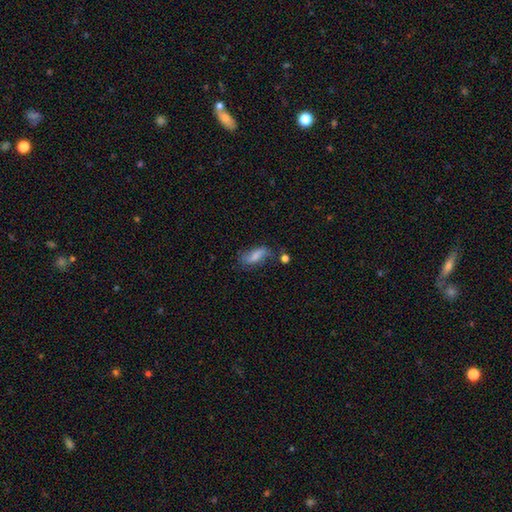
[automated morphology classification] A smooth galaxy with no disk features (71%) that is in between round and cigar-shaped (73%).

Vote fractions:
- Smooth or featured? smooth: 71% / featured or disk: 21% / star or artifact: 8%
- How rounded? in between: 73% / cigar-shaped: 24% / round: 3%
- Merging? none: 55% / minor disturbance: 27% / major disturbance: 10% / merger: 7%